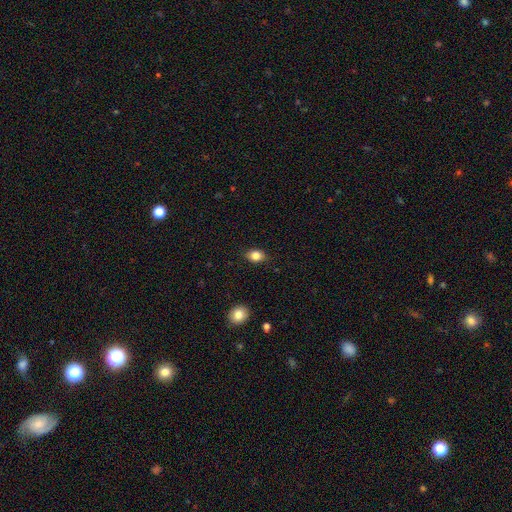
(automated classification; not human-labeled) A smooth galaxy with no disk features (84%) that is in between round and cigar-shaped (66%). Merging: none (86%).